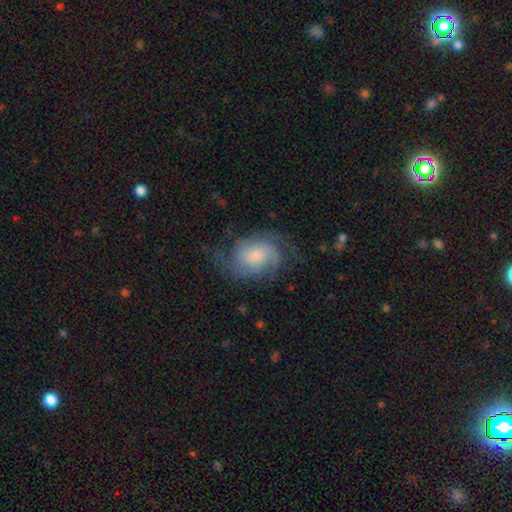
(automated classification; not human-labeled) Morphology: type=featured or disk (78%); edge-on=no (98%); bar=no (64%); spiral arms=yes (95%); winding=medium (46%); arm count=2 (47%); bulge=small (41%); merging=none (67%).